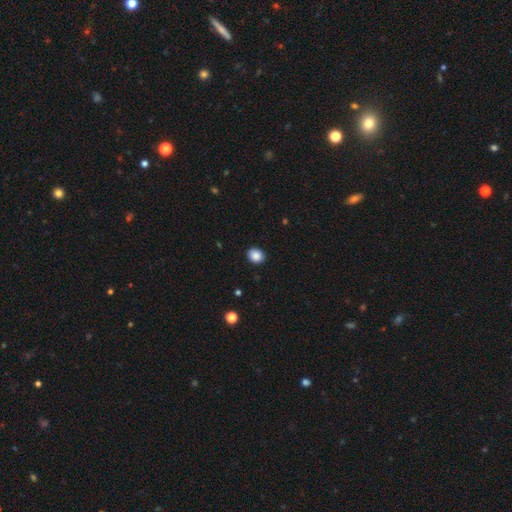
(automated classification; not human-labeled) Smooth or featured: smooth — 87% (star or artifact — 9%)
How rounded: round — 66% (in between — 33%)
Merging: none — 91% (minor disturbance — 6%)